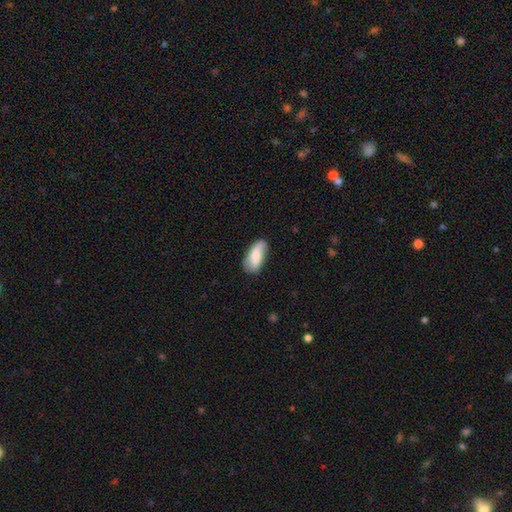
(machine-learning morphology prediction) smooth_or_featured: smooth (p=0.72) [alt: featured or disk p=0.22]
how_rounded: in between (p=0.89) [alt: cigar-shaped p=0.09]
merging: none (p=0.65) [alt: minor disturbance p=0.27]